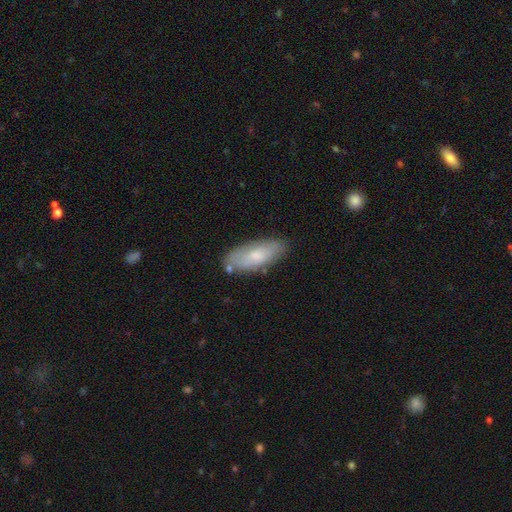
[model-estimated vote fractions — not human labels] Morphology: type=smooth (66%); roundness=in between (81%); merging=none (73%).